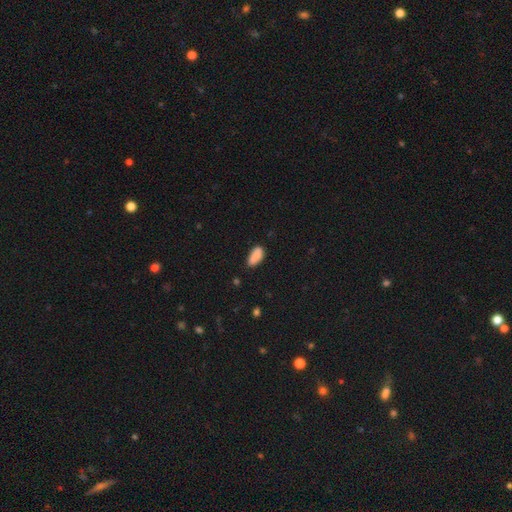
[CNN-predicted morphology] Q: Smooth or featured?
A: smooth (86%); runner-up: star or artifact (8%)
Q: How rounded?
A: in between (88%); runner-up: cigar-shaped (10%)
Q: Merging?
A: none (68%); runner-up: minor disturbance (25%)